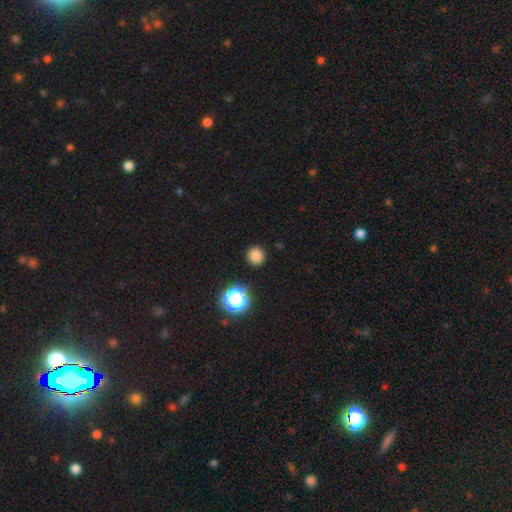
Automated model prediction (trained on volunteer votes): This appears to be a smooth galaxy with no disk features (81%) that is round (95%). Merging: none (90%).